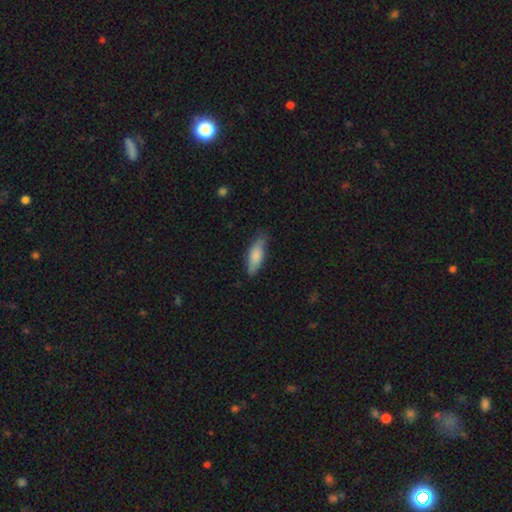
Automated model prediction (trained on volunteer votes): Smooth or featured: smooth — 78% (featured or disk — 16%)
How rounded: in between — 57% (cigar-shaped — 41%)
Merging: none — 74% (minor disturbance — 21%)